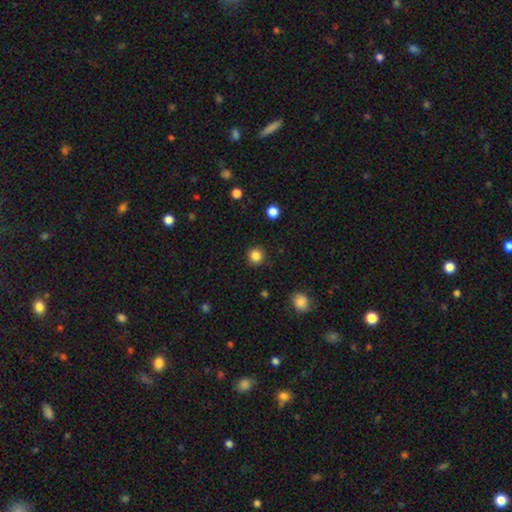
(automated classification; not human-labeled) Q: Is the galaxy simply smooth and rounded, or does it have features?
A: smooth — 85%.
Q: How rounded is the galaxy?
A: round — 93%.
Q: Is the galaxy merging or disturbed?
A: none — 90%.